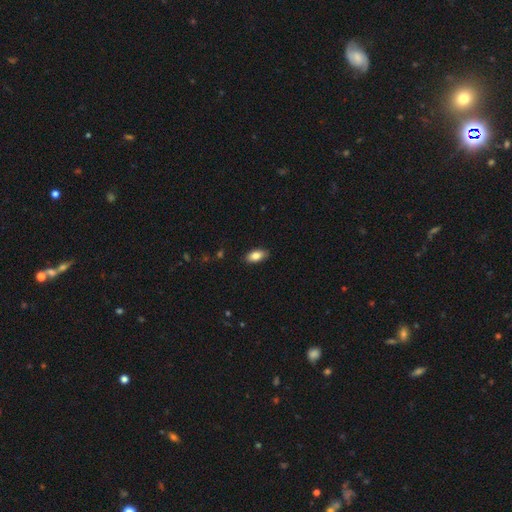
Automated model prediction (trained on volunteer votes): smooth 84%, featured or disk 9%, star or artifact 7%. Down the decision tree: how rounded — in between (91%); merging — none (86%).